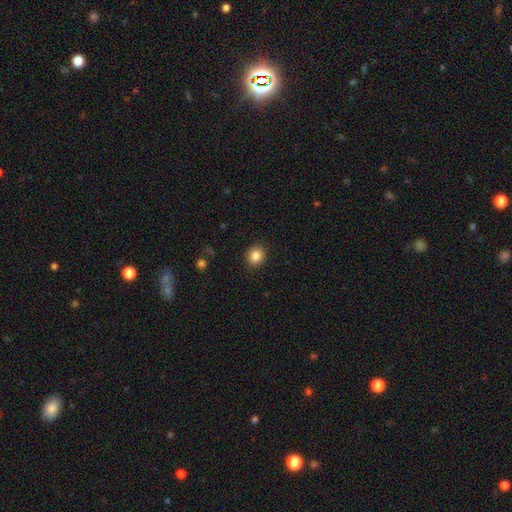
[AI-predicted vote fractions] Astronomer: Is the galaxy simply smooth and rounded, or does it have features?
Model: smooth — 85%.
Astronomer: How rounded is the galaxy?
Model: round — 79%.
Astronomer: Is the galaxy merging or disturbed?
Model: none — 91%.